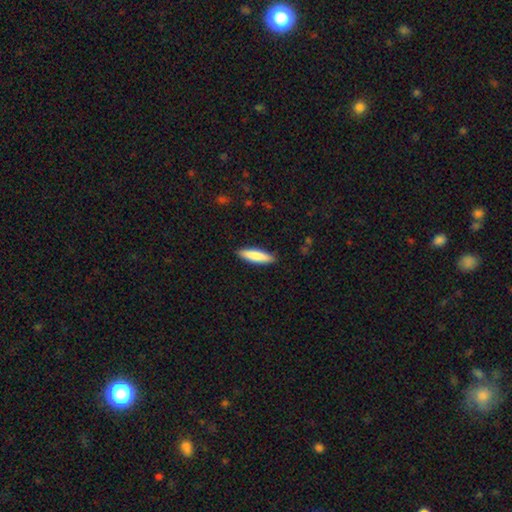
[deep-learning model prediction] smooth-or-featured: smooth: 84% | featured or disk: 11% | star or artifact: 5%
  how-rounded: cigar-shaped: 70% | in between: 29% | round: 1%
  merging: none: 89% | minor disturbance: 8% | major disturbance: 2% | merger: 1%